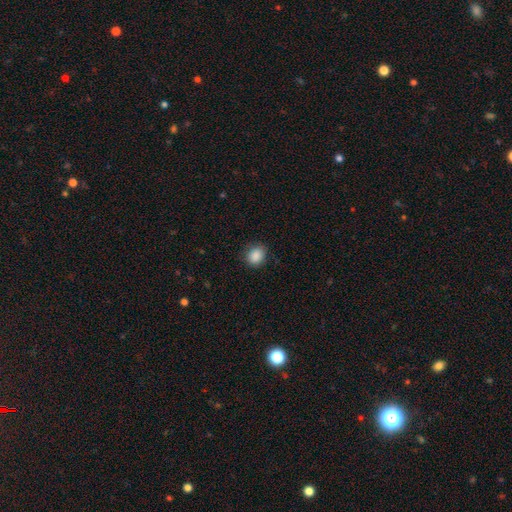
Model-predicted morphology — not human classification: Overall: smooth (88%). How rounded: round (61%; in between 38%). Merging: none (83%).